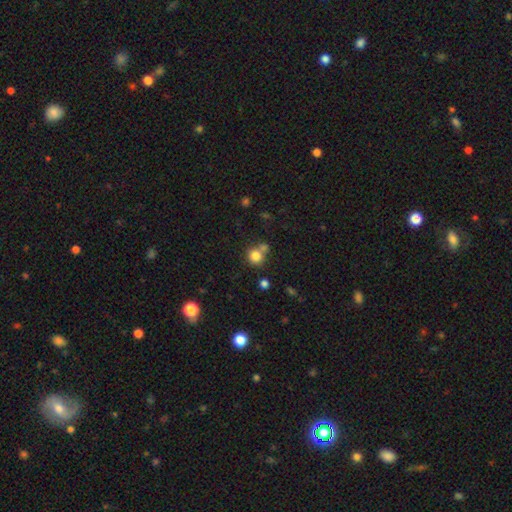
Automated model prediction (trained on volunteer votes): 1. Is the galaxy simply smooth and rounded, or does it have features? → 81% smooth, 12% star or artifact, 7% featured or disk.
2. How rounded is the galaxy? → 88% round, 11% in between, 1% cigar-shaped.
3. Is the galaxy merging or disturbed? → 59% none, 28% merger, 10% minor disturbance, 4% major disturbance.